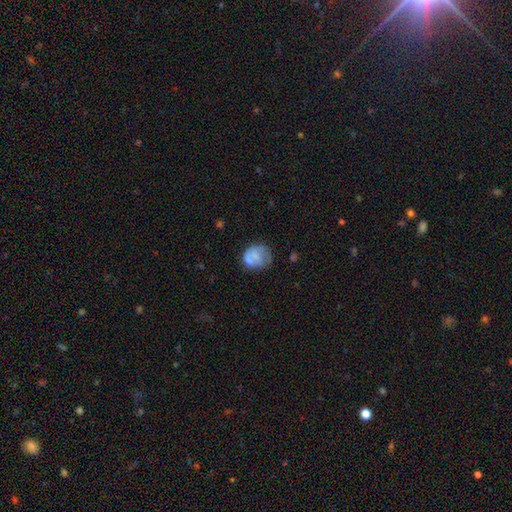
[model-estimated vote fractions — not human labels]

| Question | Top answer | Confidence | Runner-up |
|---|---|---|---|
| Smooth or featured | smooth | 63% | featured or disk (28%) |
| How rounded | round | 69% | in between (30%) |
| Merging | none | 46% | minor disturbance (29%) |